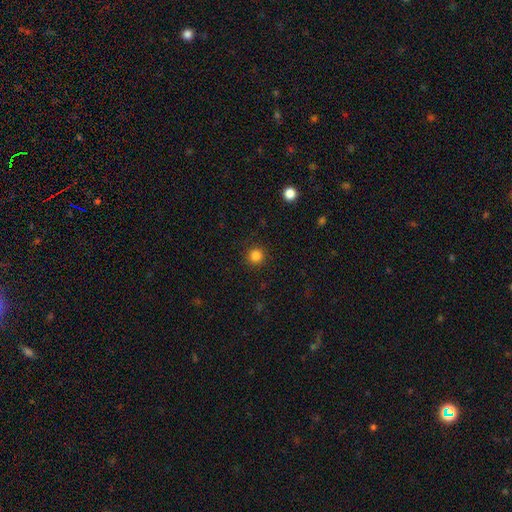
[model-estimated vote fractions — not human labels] This is clearly a smooth galaxy (84%). How rounded: clearly round (95%). Merging: clearly none (91%).